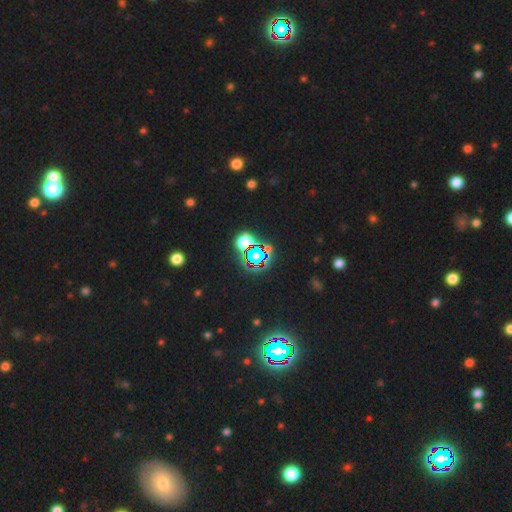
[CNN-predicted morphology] Smooth or featured? Predicted: star or artifact (p=0.67).